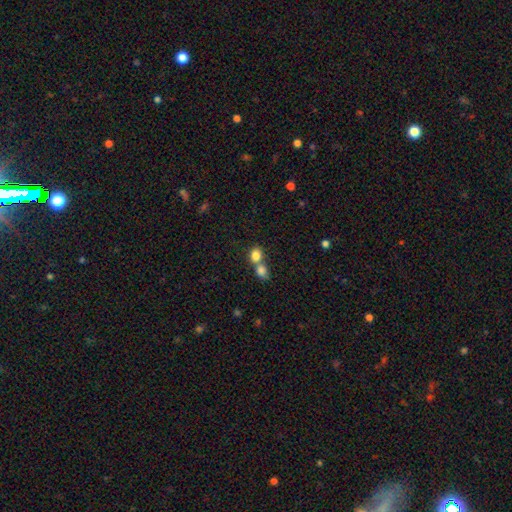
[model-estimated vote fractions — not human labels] This appears to be a smooth galaxy with no disk features (83%) that is round (60%). Merging: merger (55%).